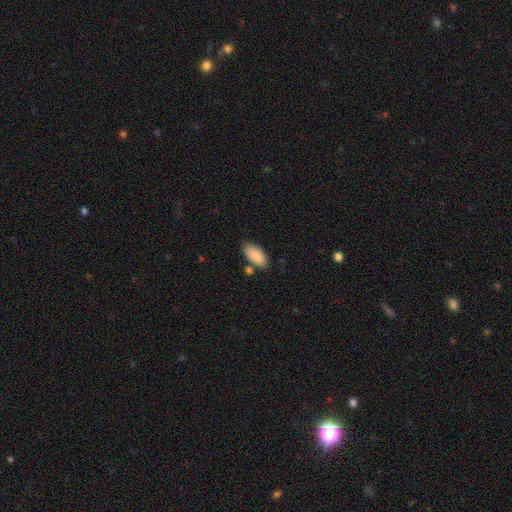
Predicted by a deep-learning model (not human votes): smooth-or-featured: smooth: 88% | star or artifact: 6% | featured or disk: 6%
  how-rounded: in between: 92% | cigar-shaped: 6% | round: 2%
  merging: none: 75% | minor disturbance: 14% | merger: 8% | major disturbance: 3%